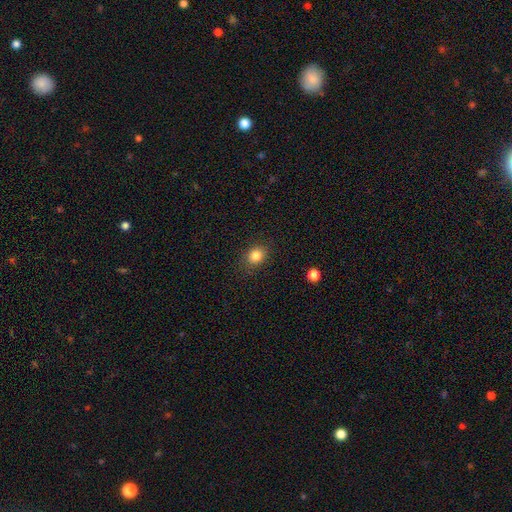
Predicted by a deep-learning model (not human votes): Q: Smooth or featured?
A: smooth (84%); runner-up: star or artifact (11%)
Q: How rounded?
A: round (55%); runner-up: in between (44%)
Q: Merging?
A: none (86%); runner-up: minor disturbance (10%)